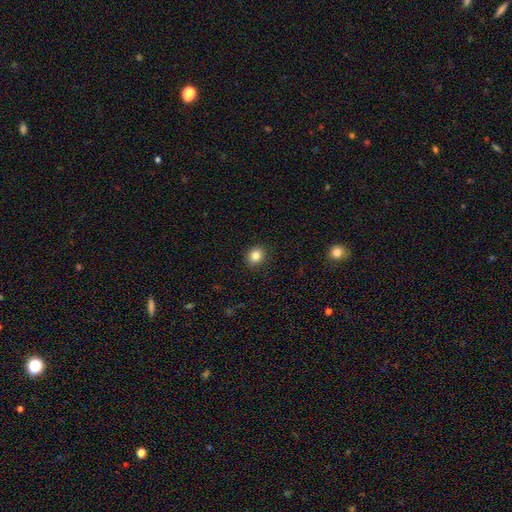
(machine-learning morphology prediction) smooth 84%, star or artifact 11%, featured or disk 6%. Down the decision tree: how rounded — round (67%); merging — none (91%).